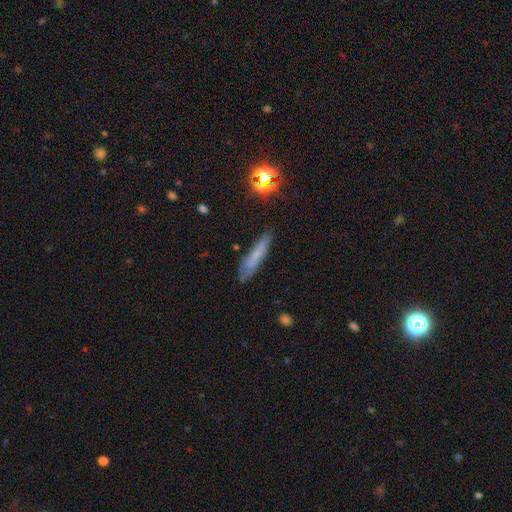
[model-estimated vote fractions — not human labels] smooth 57%, featured or disk 29%, star or artifact 14%. Down the decision tree: how rounded — cigar-shaped (84%); merging — none (71%).